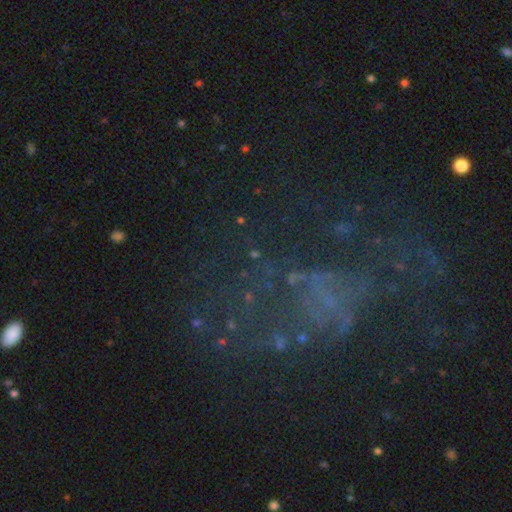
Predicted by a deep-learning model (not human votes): Smooth or featured?
  - star or artifact: 42% *
  - featured or disk: 38%
  - smooth: 20%